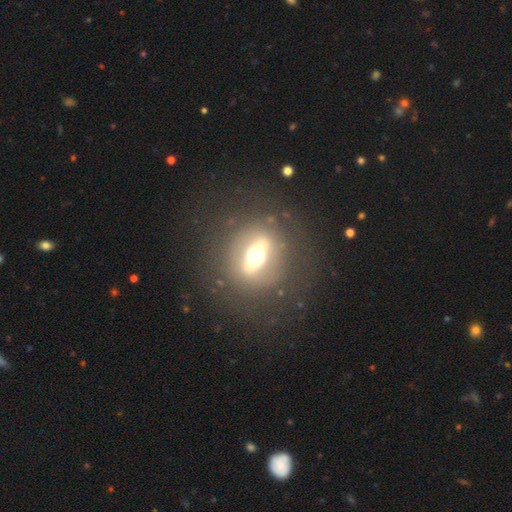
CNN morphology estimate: This appears to be a featured or disk galaxy (63%) viewed edge-on (51%). Merging: none (81%).